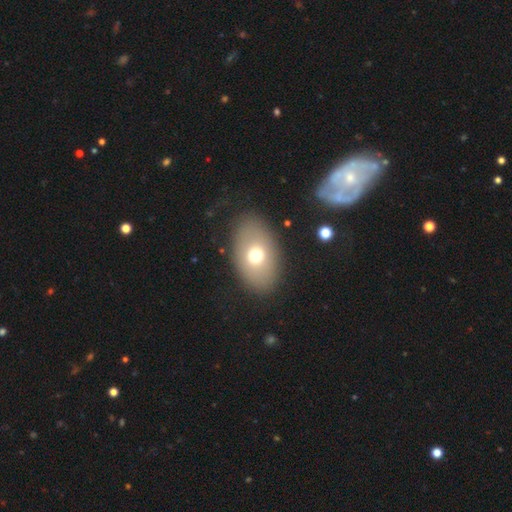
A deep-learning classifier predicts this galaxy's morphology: This is likely a smooth galaxy (68%). How rounded: clearly in between (83%). Merging: clearly none (84%).